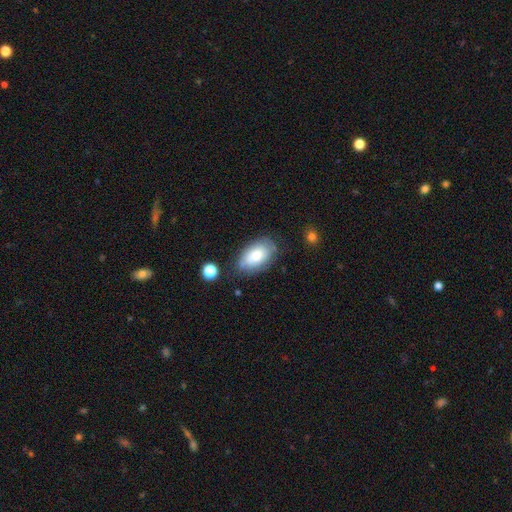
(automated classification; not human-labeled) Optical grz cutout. It shows a smooth galaxy with no disk features (68%) that is in between round and cigar-shaped (93%). Merging: none (68%).